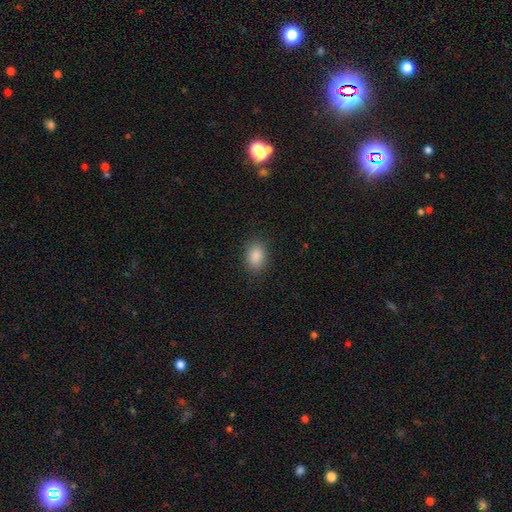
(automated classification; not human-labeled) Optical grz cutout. It shows a smooth galaxy with no disk features (86%) that is in between round and cigar-shaped (66%). Merging: none (87%).